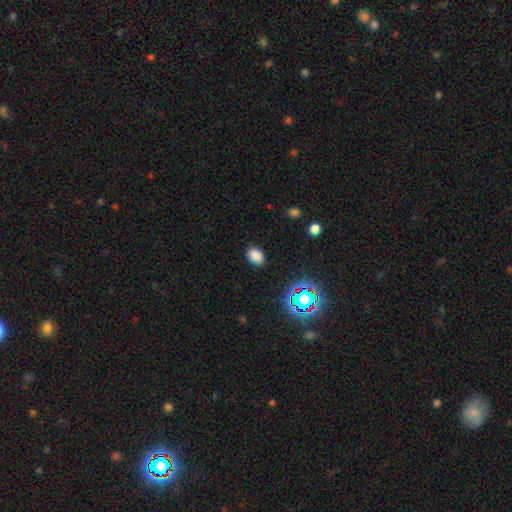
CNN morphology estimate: Smooth or featured: smooth — 81% (star or artifact — 15%)
How rounded: in between — 78% (round — 21%)
Merging: none — 86% (minor disturbance — 10%)